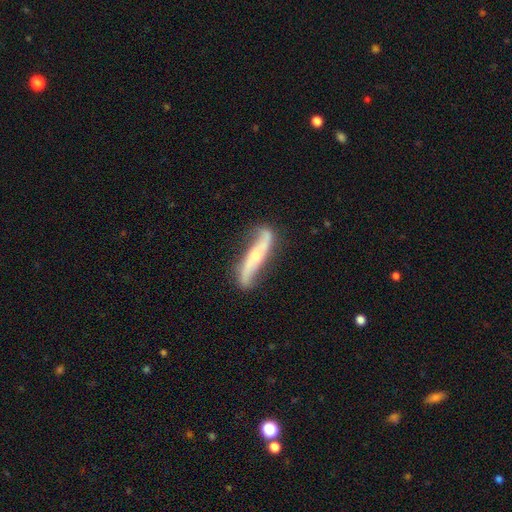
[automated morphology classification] The model was most divided on "edge-on disk": no: 62%, yes: 38%. More confident: smooth or featured — featured or disk (78%); merging — none (74%).